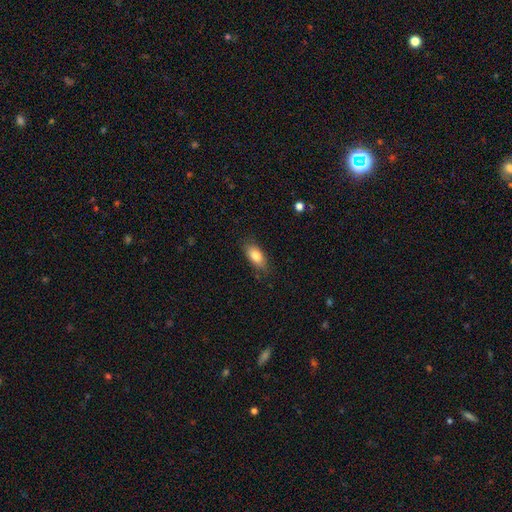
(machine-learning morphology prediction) A smooth galaxy with no disk features (82%) that is in between round and cigar-shaped (86%). Merging: none (82%).